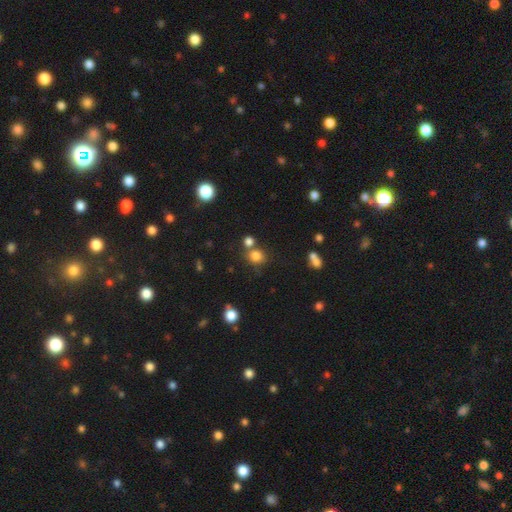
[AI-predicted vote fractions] Overall: smooth (79%). How rounded: round (82%). Merging: none (65%).